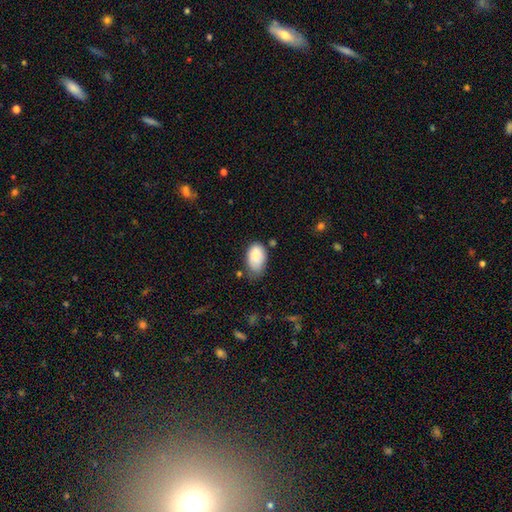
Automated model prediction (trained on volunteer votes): smooth_or_featured: smooth (p=0.85) [alt: featured or disk p=0.09]
how_rounded: in between (p=0.93) [alt: round p=0.05]
merging: none (p=0.49) [alt: minor disturbance p=0.38]